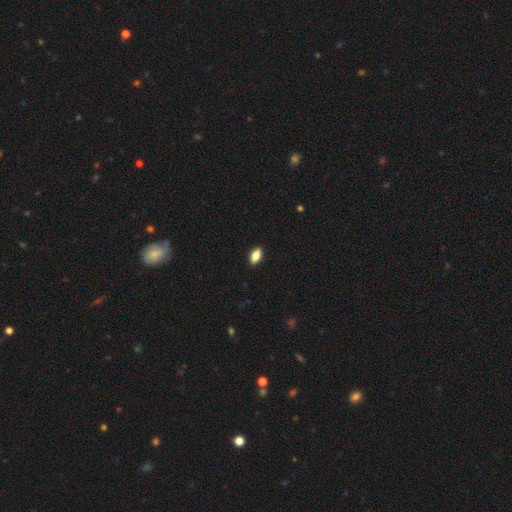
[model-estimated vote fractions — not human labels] A smooth galaxy with no disk features (87%) that is in between round and cigar-shaped (90%).

Vote fractions:
- Smooth or featured? smooth: 87% / star or artifact: 8% / featured or disk: 5%
- How rounded? in between: 90% / cigar-shaped: 6% / round: 4%
- Merging? none: 89% / minor disturbance: 8% / major disturbance: 2% / merger: 1%